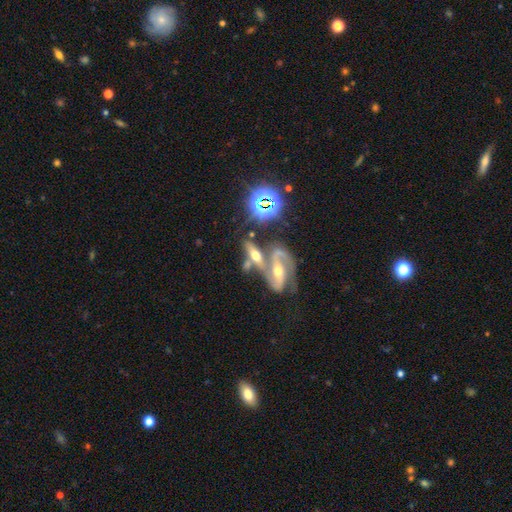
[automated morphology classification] smooth_or_featured: featured or disk (p=0.65) [alt: smooth p=0.23]
disk_edge_on: no (p=0.74) [alt: yes p=0.26]
merging: merger (p=0.43) [alt: none p=0.38]